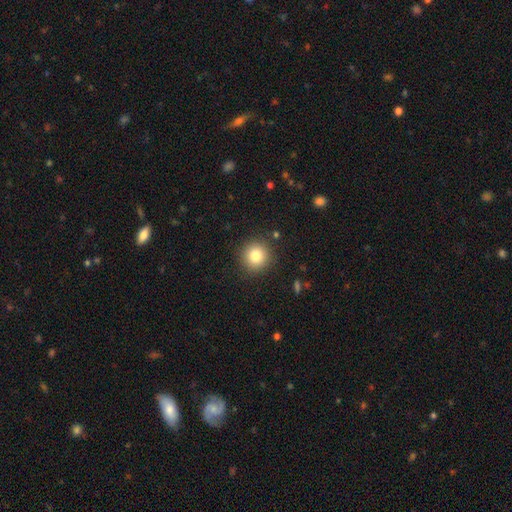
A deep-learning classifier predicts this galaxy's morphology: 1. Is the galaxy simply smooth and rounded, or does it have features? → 82% smooth, 11% star or artifact, 8% featured or disk.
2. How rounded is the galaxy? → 92% round, 7% in between, 1% cigar-shaped.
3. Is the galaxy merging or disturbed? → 89% none, 7% minor disturbance, 2% major disturbance, 1% merger.